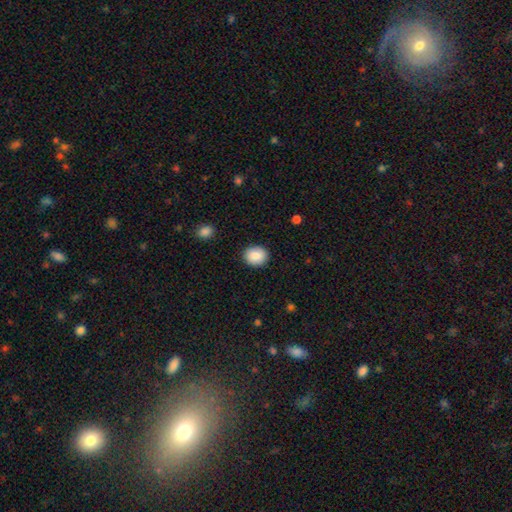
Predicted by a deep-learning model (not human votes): Smooth or featured: smooth — 88% (star or artifact — 7%)
How rounded: round — 69% (in between — 30%)
Merging: none — 90% (minor disturbance — 7%)